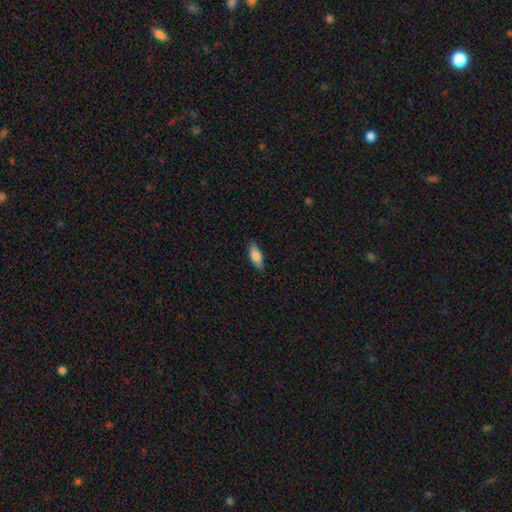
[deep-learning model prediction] Smooth or featured?
  - smooth: 79% *
  - featured or disk: 15%
  - star or artifact: 6%
How rounded?
  - in between: 70% *
  - cigar-shaped: 28%
  - round: 2%
Merging?
  - none: 86% *
  - minor disturbance: 11%
  - major disturbance: 2%
  - merger: 1%